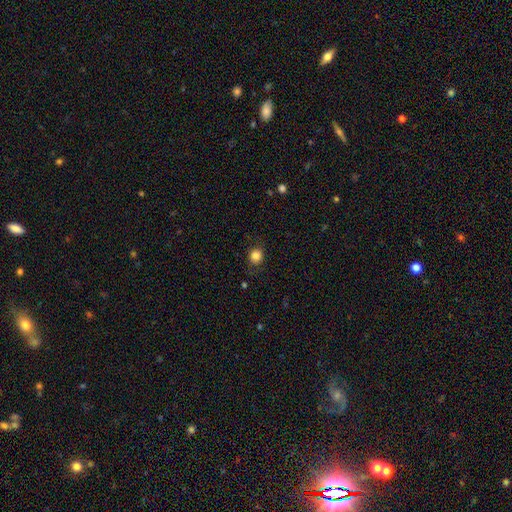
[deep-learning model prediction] A smooth galaxy with no disk features (83%) that is round (81%). Merging: none (81%).